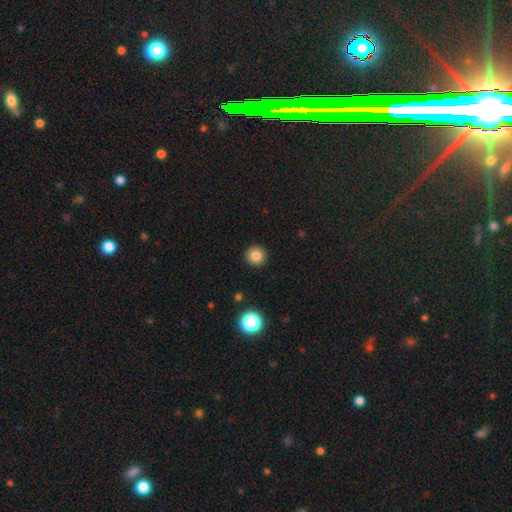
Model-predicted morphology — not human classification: This appears to be a smooth galaxy with no disk features (83%) that is round (95%). Merging: none (92%).